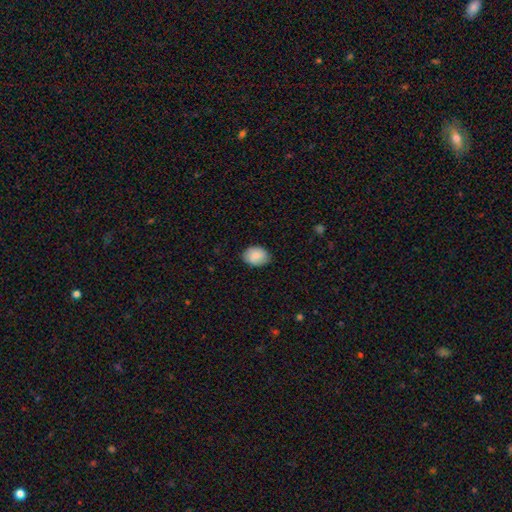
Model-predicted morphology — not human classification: smooth 85%, featured or disk 8%, star or artifact 7%. Down the decision tree: how rounded — in between (72%); merging — none (82%).